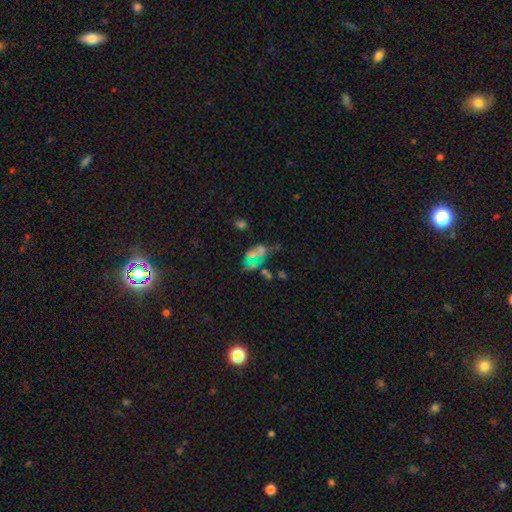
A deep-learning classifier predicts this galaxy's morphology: A smooth galaxy with no disk features (40%). Merging: none (33%).